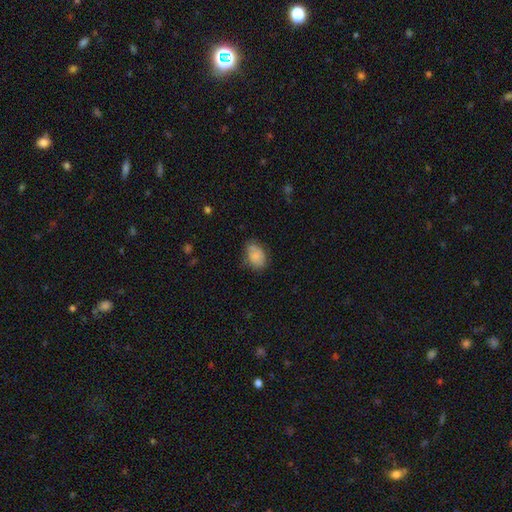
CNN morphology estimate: Smooth or featured? Predicted: smooth (p=0.78). How rounded? Predicted: in between (p=0.79). Merging? Predicted: none (p=0.62).